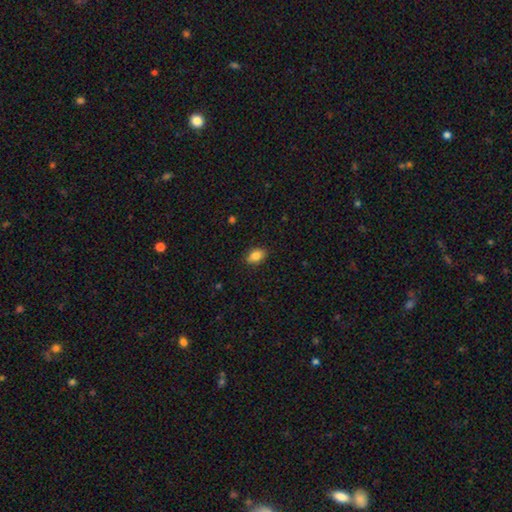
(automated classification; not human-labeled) smooth-or-featured: smooth: 85% | star or artifact: 8% | featured or disk: 7%
  how-rounded: in between: 83% | round: 15% | cigar-shaped: 2%
  merging: none: 87% | minor disturbance: 10% | major disturbance: 2% | merger: 1%